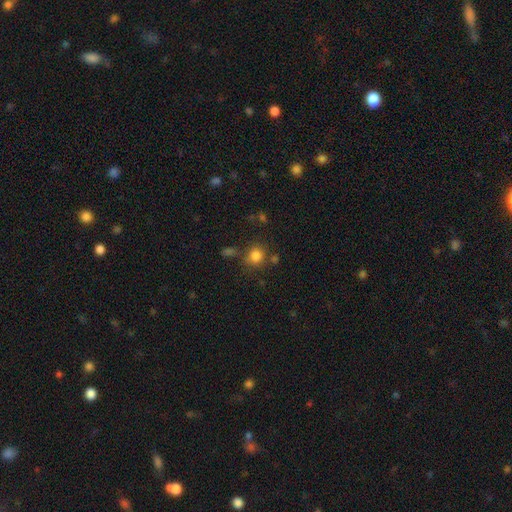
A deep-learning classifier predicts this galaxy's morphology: Smooth or featured? Predicted: smooth (p=0.82). How rounded? Predicted: round (p=0.84). Merging? Predicted: none (p=0.72).